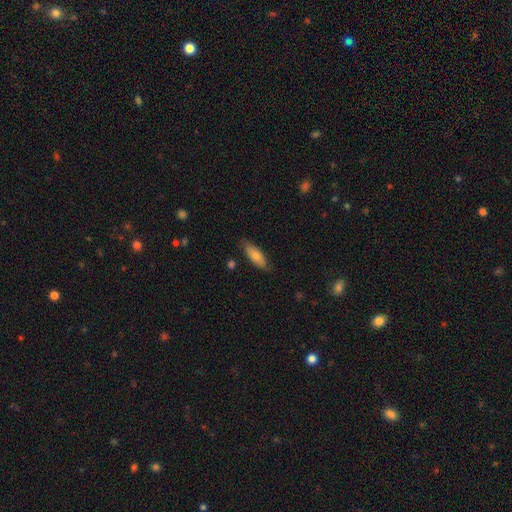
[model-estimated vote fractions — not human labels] smooth_or_featured: smooth (p=0.73) [alt: featured or disk p=0.21]
how_rounded: in between (p=0.68) [alt: cigar-shaped p=0.30]
merging: none (p=0.81) [alt: minor disturbance p=0.16]